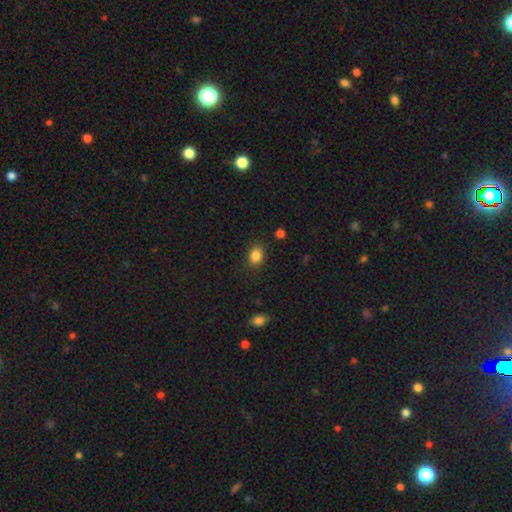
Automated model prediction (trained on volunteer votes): Overall: smooth (85%). How rounded: in between (59%; round 40%). Merging: none (84%).